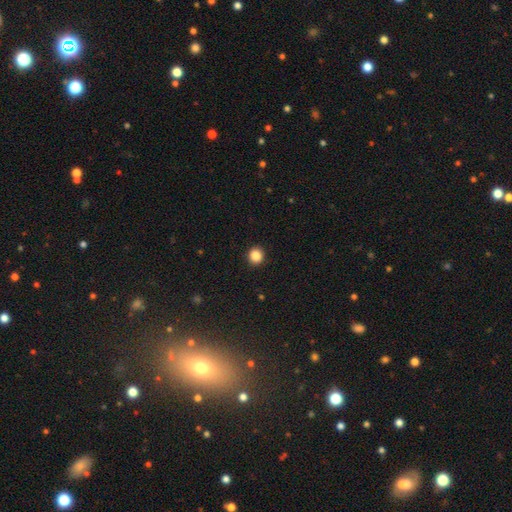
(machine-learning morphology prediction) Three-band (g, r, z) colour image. It shows a smooth galaxy with no disk features (86%) that is round (92%). Merging: none (93%).